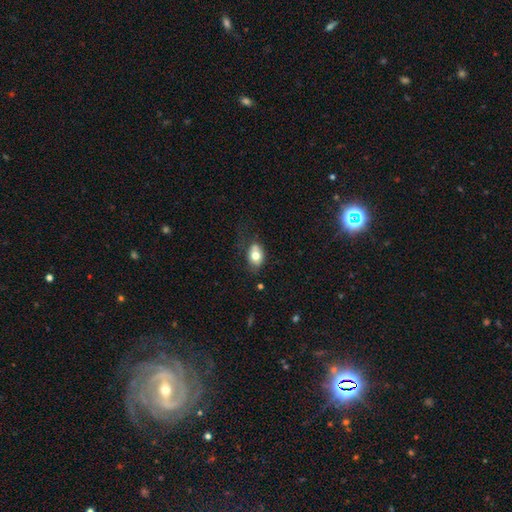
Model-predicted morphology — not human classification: Smooth or featured? smooth (71%)
How rounded? in between (80%)
Merging? none (58%)